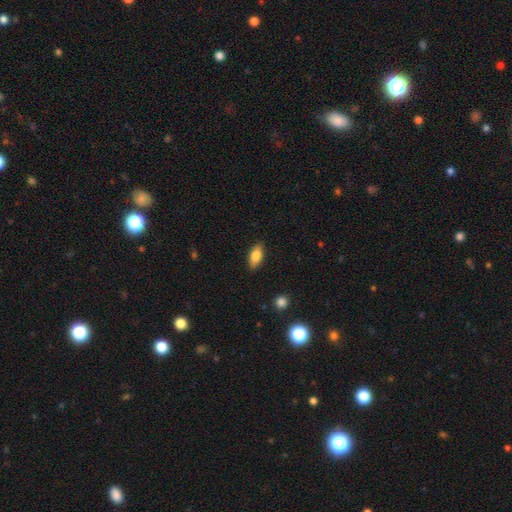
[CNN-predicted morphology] Smooth or featured? Predicted: smooth (p=0.81). How rounded? Predicted: in between (p=0.85). Merging? Predicted: none (p=0.87).